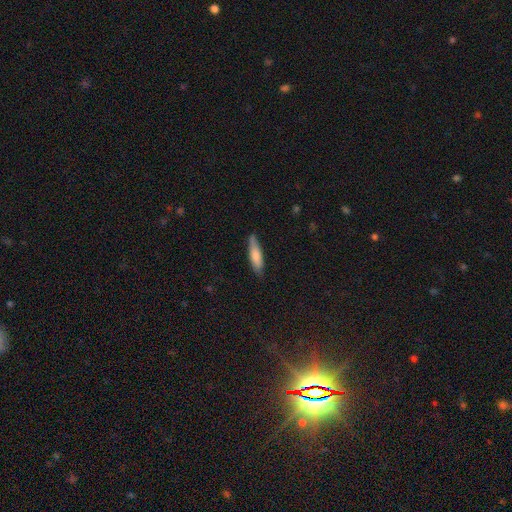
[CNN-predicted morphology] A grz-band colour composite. It shows a smooth galaxy with no disk features (76%) that is cigar-shaped (72%). Merging: none (81%).